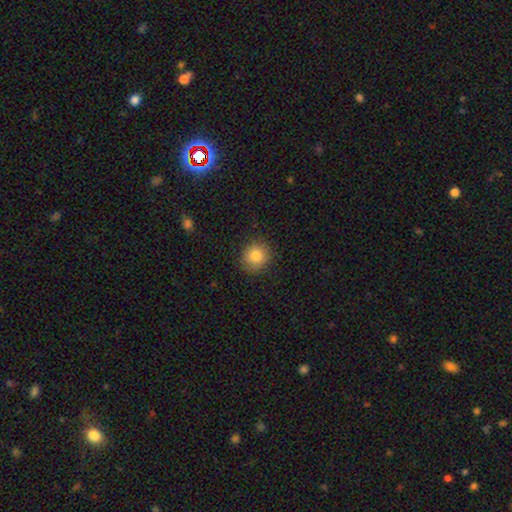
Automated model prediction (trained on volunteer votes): smooth_or_featured: smooth (p=0.83) [alt: star or artifact p=0.10]
how_rounded: round (p=0.90) [alt: in between p=0.09]
merging: none (p=0.88) [alt: minor disturbance p=0.08]